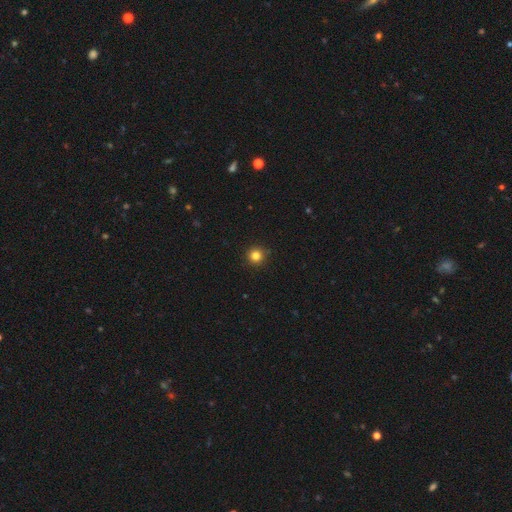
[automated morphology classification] A smooth galaxy with no disk features (83%) that is round (96%).

Vote fractions:
- Smooth or featured? smooth: 83% / star or artifact: 13% / featured or disk: 4%
- How rounded? round: 96% / in between: 3% / cigar-shaped: 1%
- Merging? none: 92% / minor disturbance: 5% / major disturbance: 2% / merger: 1%